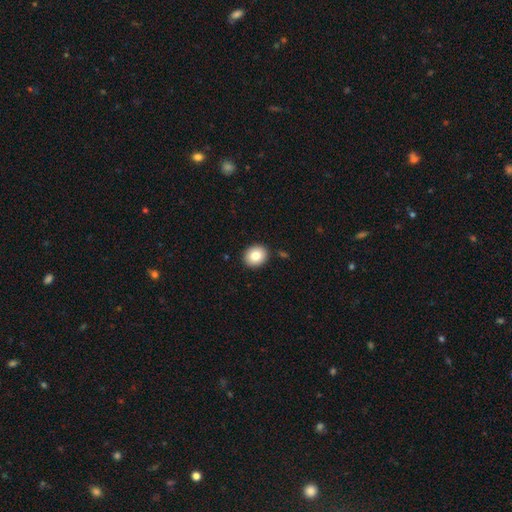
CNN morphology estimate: A smooth galaxy with no disk features (82%) that is round (65%). Merging: none (90%).